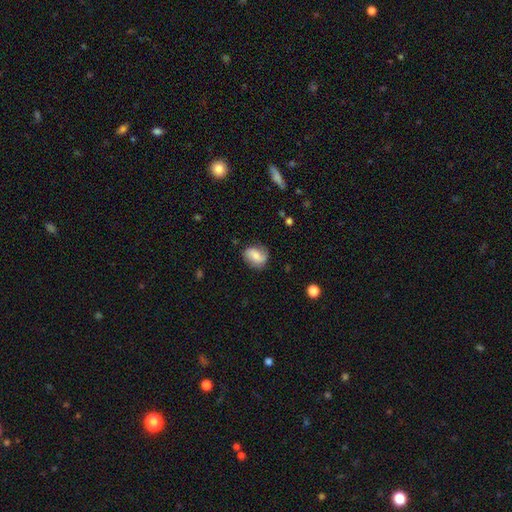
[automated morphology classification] This is likely a smooth galaxy (61%). How rounded: possibly in between (53%). Merging: likely none (69%).